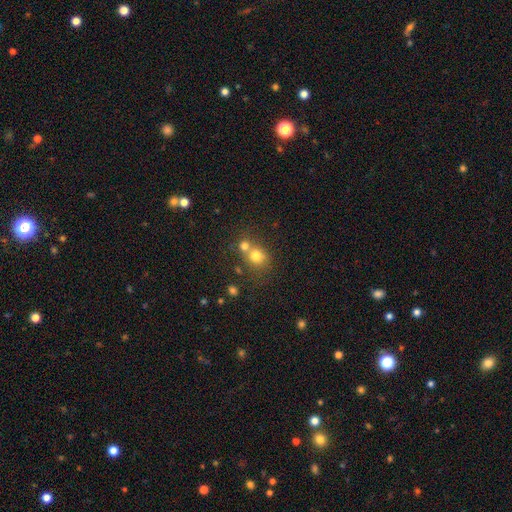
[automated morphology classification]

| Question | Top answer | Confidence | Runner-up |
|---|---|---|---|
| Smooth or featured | smooth | 75% | star or artifact (14%) |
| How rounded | round | 77% | in between (22%) |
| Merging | merger | 46% | none (42%) |